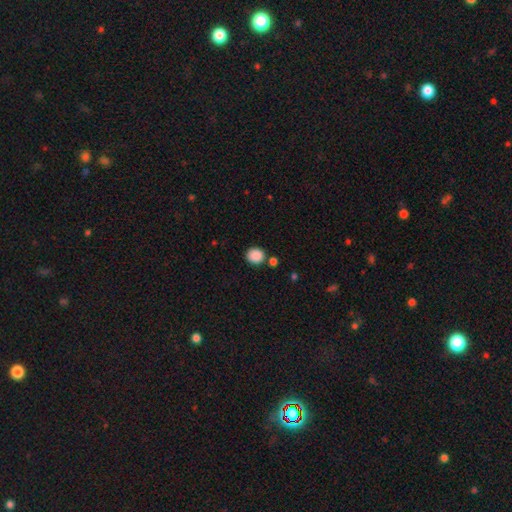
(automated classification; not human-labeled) Q: Smooth or featured?
A: smooth (88%); runner-up: star or artifact (9%)
Q: How rounded?
A: round (84%); runner-up: in between (15%)
Q: Merging?
A: none (79%); runner-up: merger (9%)